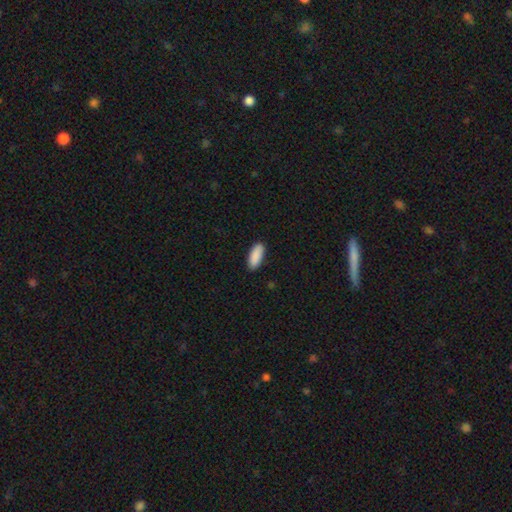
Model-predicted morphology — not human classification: This appears to be a smooth galaxy with no disk features (90%) that is in between round and cigar-shaped (78%). Merging: none (87%).